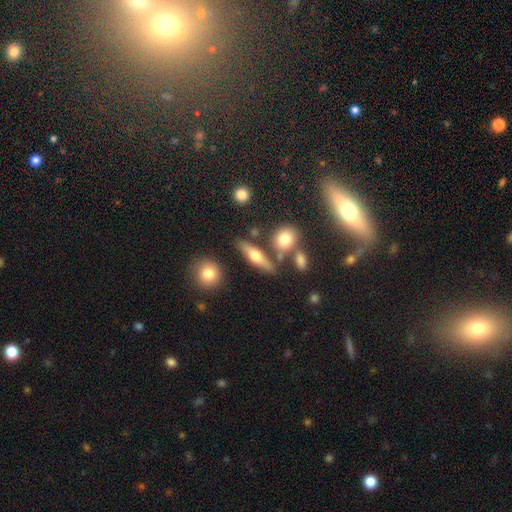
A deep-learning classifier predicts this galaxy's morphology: type=smooth (50%); roundness=cigar-shaped (50%); merging=none (72%).